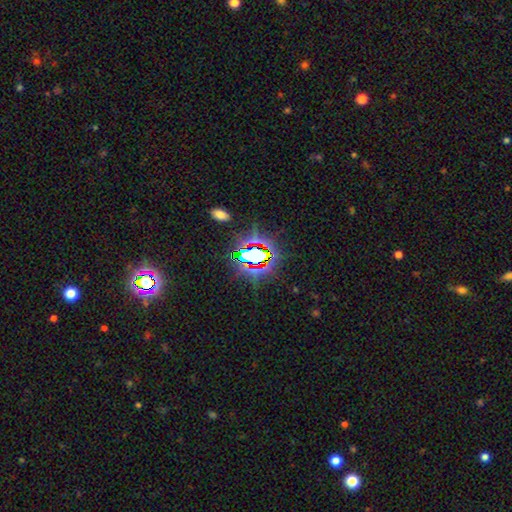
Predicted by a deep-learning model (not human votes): smooth-or-featured: star or artifact: 72% | smooth: 15% | featured or disk: 13%